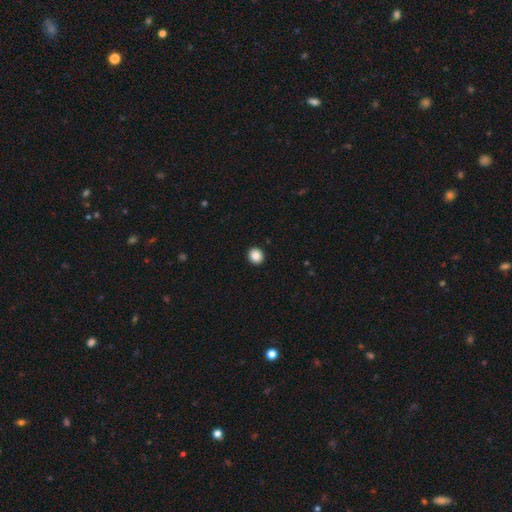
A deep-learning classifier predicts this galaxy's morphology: Overall: smooth (86%). How rounded: round (86%). Merging: none (94%).